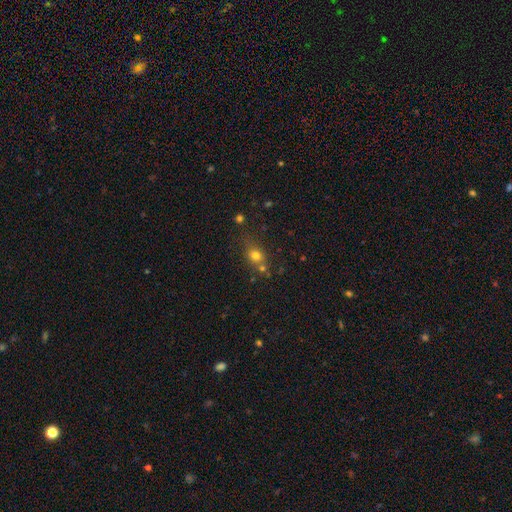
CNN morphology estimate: Smooth or featured: smooth — 74% (star or artifact — 16%)
How rounded: round — 61% (in between — 37%)
Merging: none — 61% (merger — 17%)